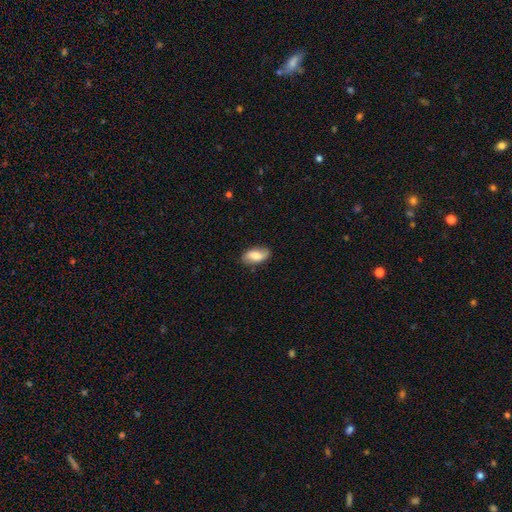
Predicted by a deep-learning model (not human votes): Overall: smooth (60%; featured or disk 32%). How rounded: in between (91%). Merging: none (80%).